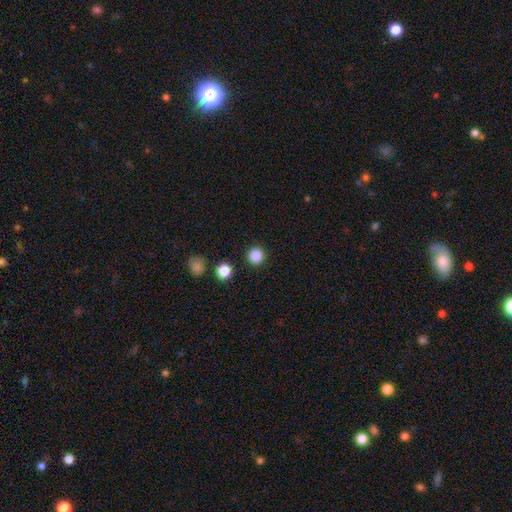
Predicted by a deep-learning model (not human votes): This is clearly a smooth galaxy (86%). How rounded: clearly round (95%). Merging: clearly none (91%).